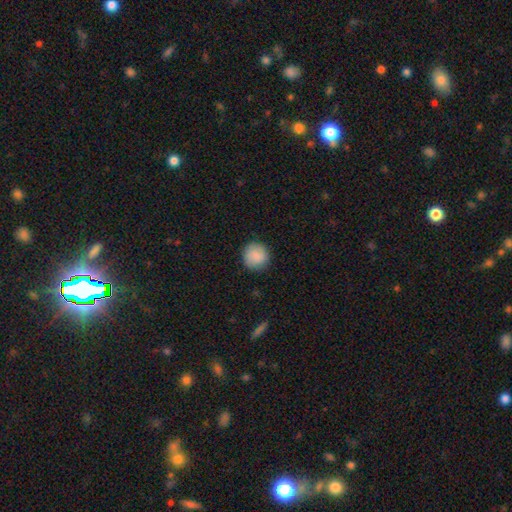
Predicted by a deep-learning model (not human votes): Smooth or featured? Predicted: smooth (p=0.87). How rounded? Predicted: round (p=0.94). Merging? Predicted: none (p=0.89).